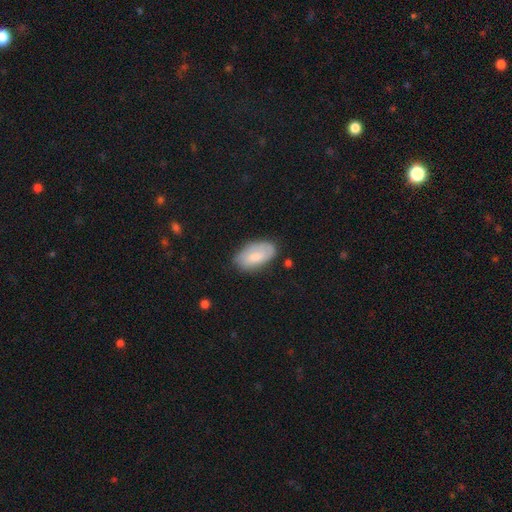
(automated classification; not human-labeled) A smooth galaxy with no disk features (70%) that is in between round and cigar-shaped (94%). Merging: none (70%).